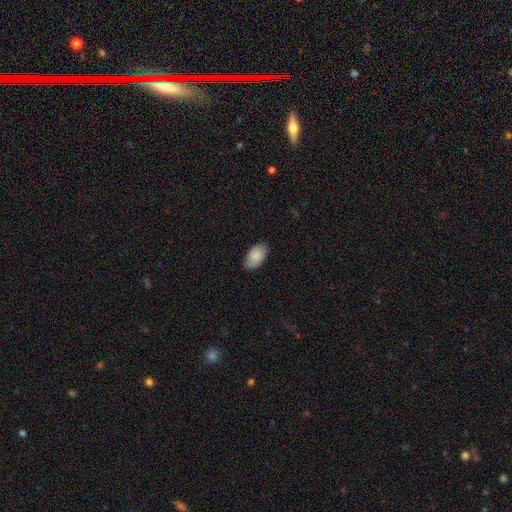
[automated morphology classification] type=smooth (84%); roundness=in between (95%); merging=none (80%).